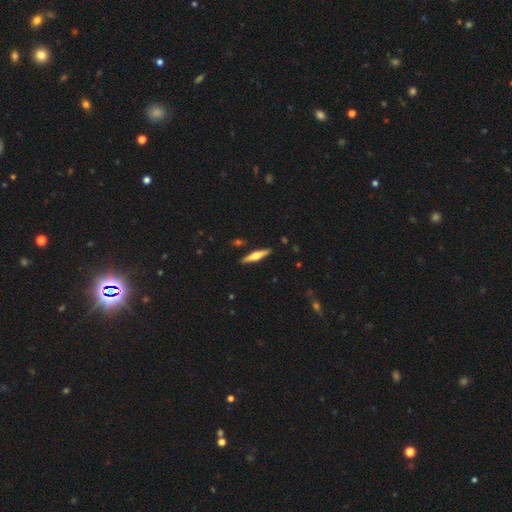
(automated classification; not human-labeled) This appears to be a featured or disk galaxy (63%) viewed edge-on (97%) with a rounded central bulge (91%). Merging: none (90%).